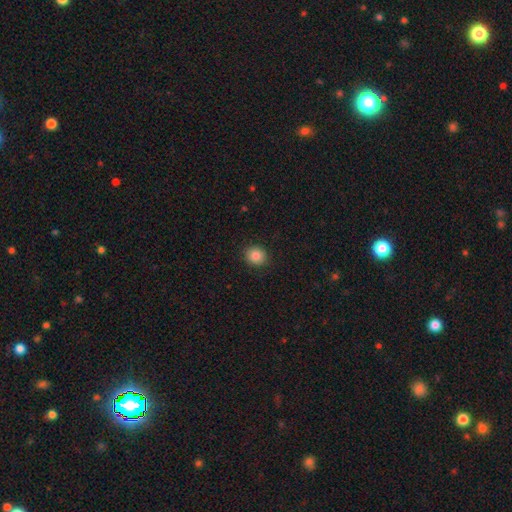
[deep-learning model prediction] smooth 86%, star or artifact 10%, featured or disk 5%. Down the decision tree: how rounded — round (80%); merging — none (90%).